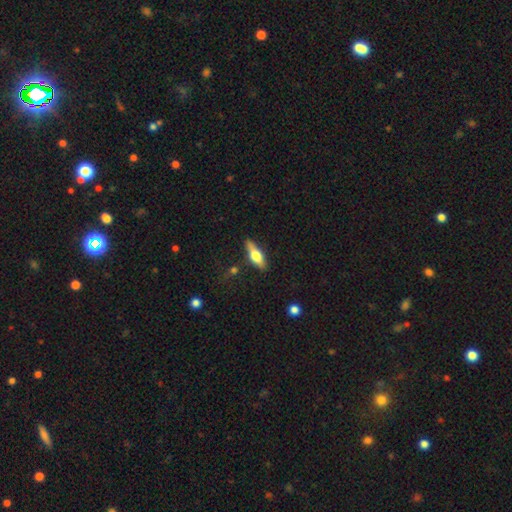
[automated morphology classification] Smooth or featured: smooth — 51% (featured or disk — 43%)
How rounded: in between — 49% (cigar-shaped — 47%)
Merging: none — 79% (minor disturbance — 14%)